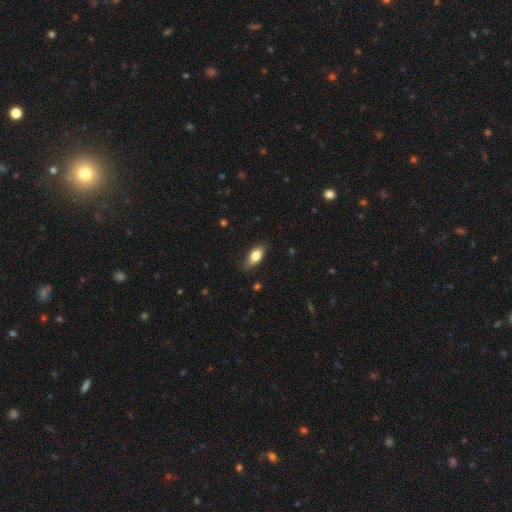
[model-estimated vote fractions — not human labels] Smooth or featured? smooth (79%)
How rounded? in between (85%)
Merging? none (77%)